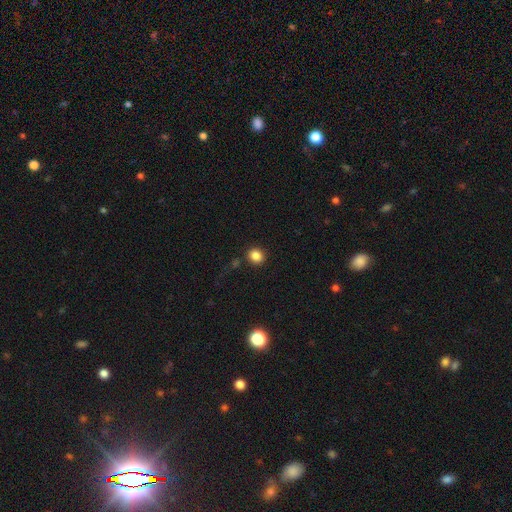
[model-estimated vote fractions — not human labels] This is clearly a smooth galaxy (85%). How rounded: clearly round (82%). Merging: clearly none (87%).